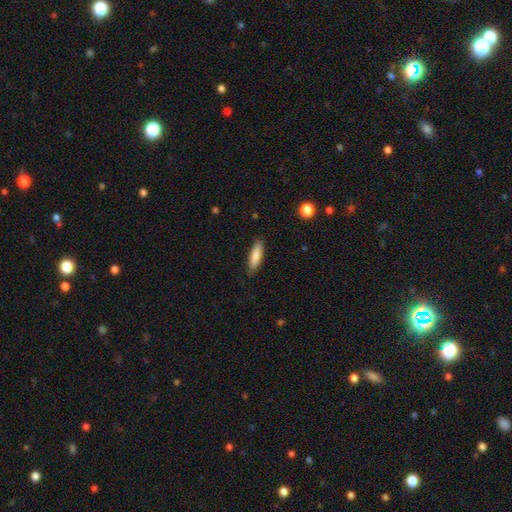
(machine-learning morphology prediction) This appears to be a smooth galaxy with no disk features (82%) that is cigar-shaped (60%). Merging: none (88%).